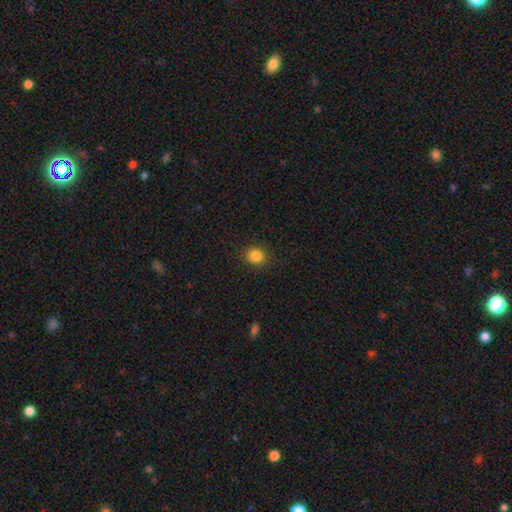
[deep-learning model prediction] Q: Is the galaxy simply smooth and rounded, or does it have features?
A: smooth — 85%.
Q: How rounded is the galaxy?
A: round — 82%.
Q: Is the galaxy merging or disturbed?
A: none — 90%.